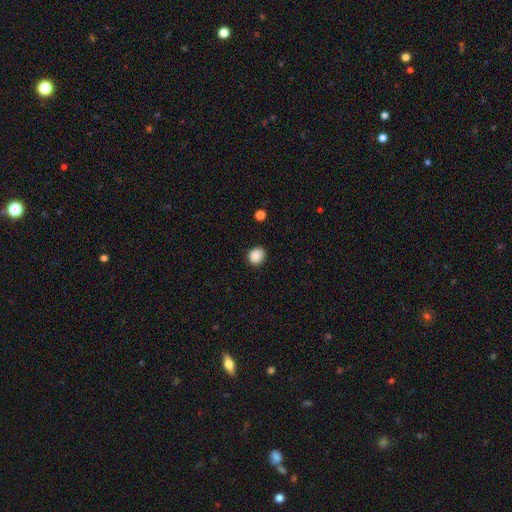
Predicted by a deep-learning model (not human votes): smooth 89%, star or artifact 9%, featured or disk 2%. Down the decision tree: how rounded — round (71%); merging — none (88%).